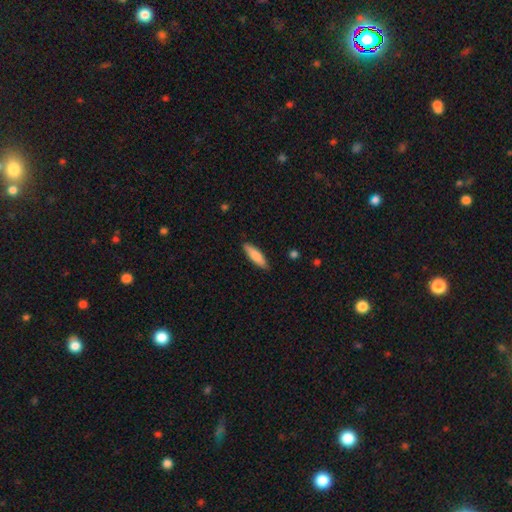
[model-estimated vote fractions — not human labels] Morphology: type=smooth (82%); roundness=cigar-shaped (59%); merging=none (87%).